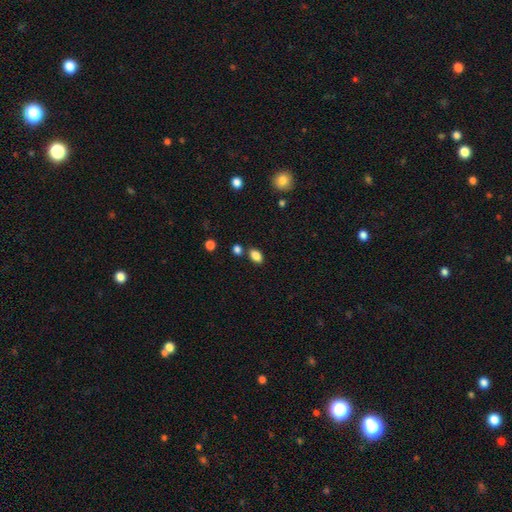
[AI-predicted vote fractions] smooth 85%, star or artifact 10%, featured or disk 5%. Down the decision tree: how rounded — in between (86%); merging — none (76%).